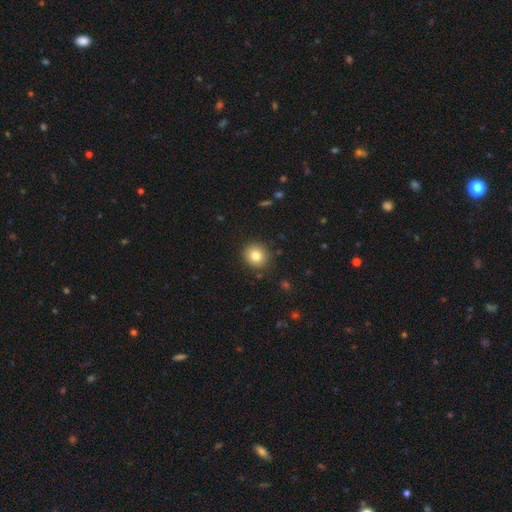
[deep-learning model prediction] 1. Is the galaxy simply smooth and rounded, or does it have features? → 82% smooth, 10% star or artifact, 8% featured or disk.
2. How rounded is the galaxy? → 86% round, 14% in between, 1% cigar-shaped.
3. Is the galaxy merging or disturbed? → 89% none, 8% minor disturbance, 2% major disturbance, 1% merger.